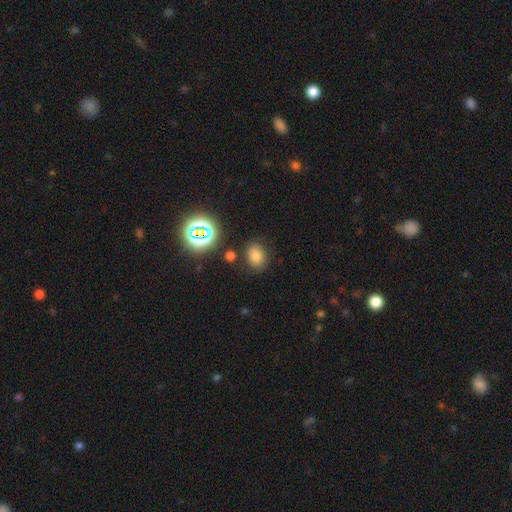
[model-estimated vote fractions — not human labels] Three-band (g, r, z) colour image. It shows a smooth galaxy with no disk features (71%) that is in between round and cigar-shaped (54%). Merging: none (82%).